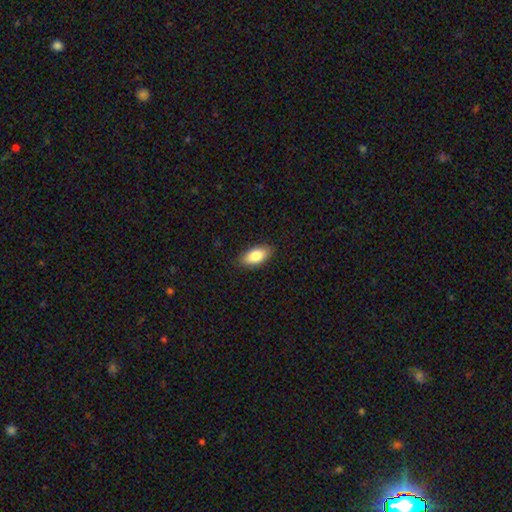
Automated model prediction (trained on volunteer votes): The model was most divided on "smooth or featured": smooth: 82%, featured or disk: 11%, star or artifact: 7%. More confident: how rounded — in between (90%); merging — none (87%).